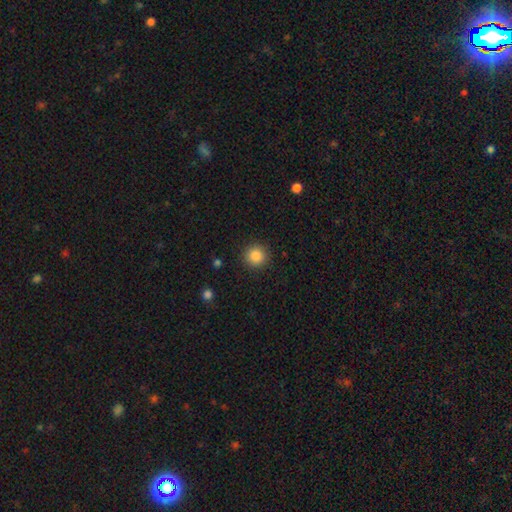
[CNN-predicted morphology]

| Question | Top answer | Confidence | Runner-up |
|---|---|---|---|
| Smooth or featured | smooth | 86% | star or artifact (10%) |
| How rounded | round | 94% | in between (5%) |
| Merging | none | 91% | minor disturbance (6%) |